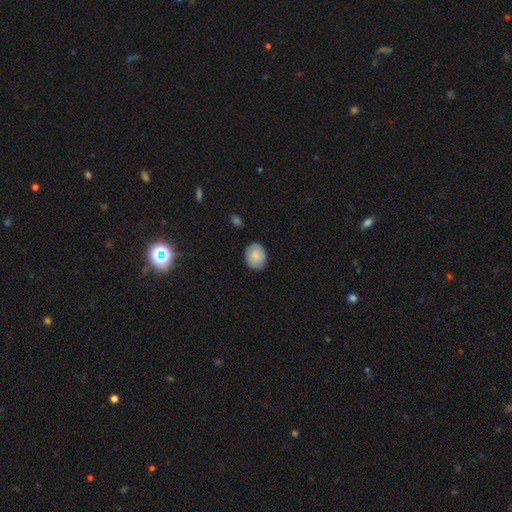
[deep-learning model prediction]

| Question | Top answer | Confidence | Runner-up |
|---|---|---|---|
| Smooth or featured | smooth | 79% | featured or disk (14%) |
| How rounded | round | 57% | in between (43%) |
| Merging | none | 83% | minor disturbance (13%) |